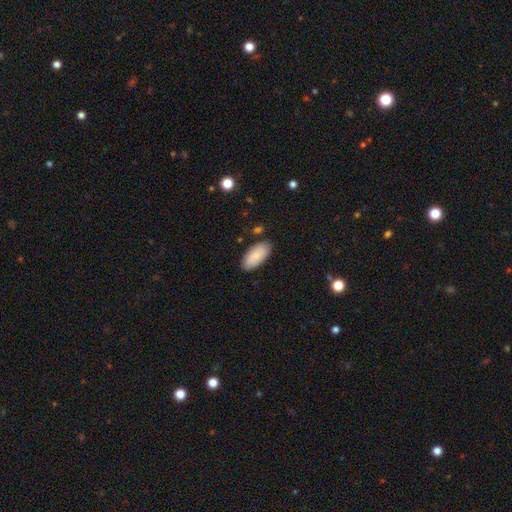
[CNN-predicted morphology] type=smooth (86%); roundness=in between (93%); merging=none (84%).